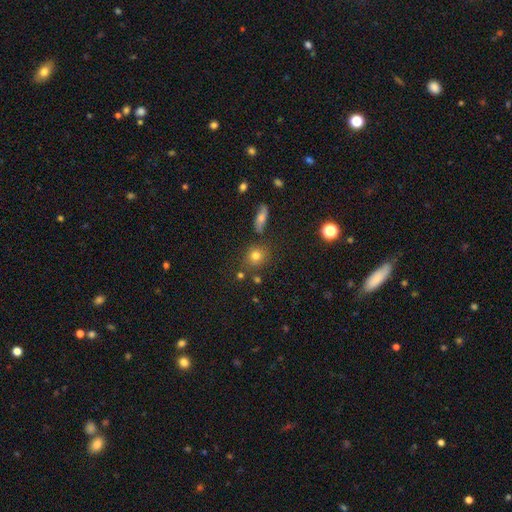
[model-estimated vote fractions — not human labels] smooth 76%, star or artifact 14%, featured or disk 10%. Down the decision tree: how rounded — round (78%); merging — none (75%).